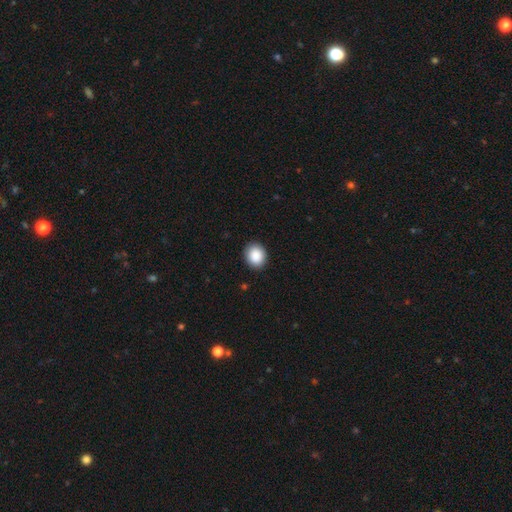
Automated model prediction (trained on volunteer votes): smooth_or_featured: smooth (p=0.89) [alt: star or artifact p=0.08]
how_rounded: round (p=0.64) [alt: in between p=0.35]
merging: none (p=0.90) [alt: minor disturbance p=0.07]